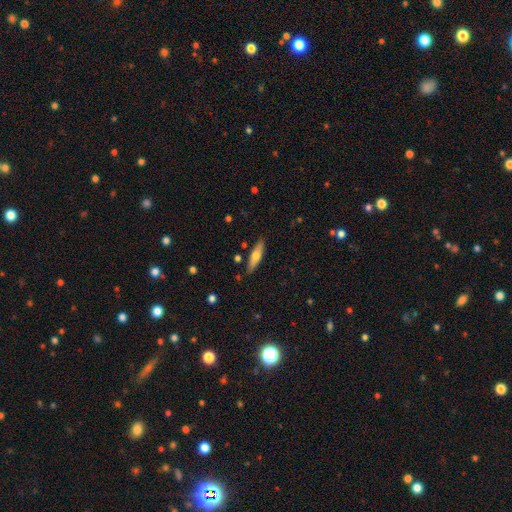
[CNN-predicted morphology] Smooth or featured? smooth (59%)
How rounded? cigar-shaped (69%)
Merging? none (85%)